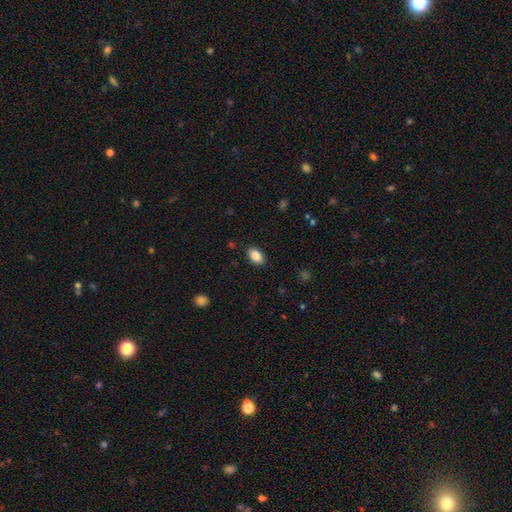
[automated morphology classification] smooth 86%, star or artifact 8%, featured or disk 6%. Down the decision tree: how rounded — in between (91%); merging — none (88%).